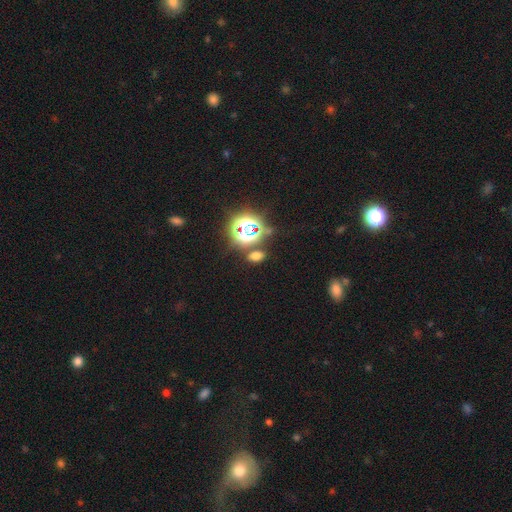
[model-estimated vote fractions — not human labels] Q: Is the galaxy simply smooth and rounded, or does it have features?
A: smooth — 52%.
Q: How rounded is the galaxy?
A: in between — 75%.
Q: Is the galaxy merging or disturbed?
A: none — 78%.